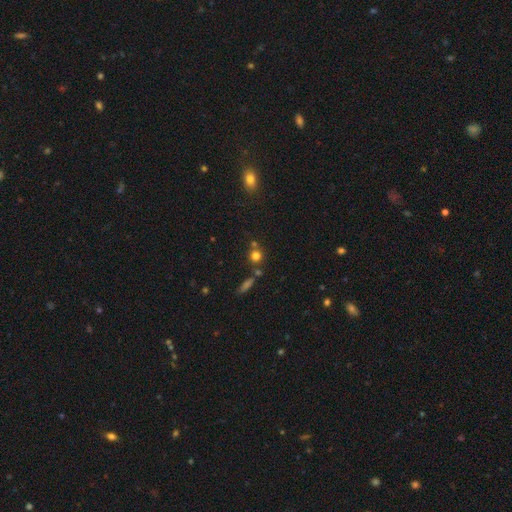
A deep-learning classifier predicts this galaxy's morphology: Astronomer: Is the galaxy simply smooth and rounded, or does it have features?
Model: smooth — 72%.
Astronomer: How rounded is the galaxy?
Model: round — 89%.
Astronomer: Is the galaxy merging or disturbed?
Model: none — 66%.